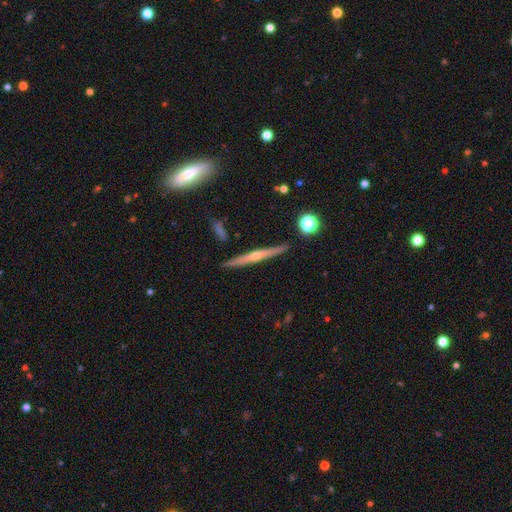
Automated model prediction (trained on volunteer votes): A featured or disk galaxy (74%) viewed edge-on (97%) with a rounded central bulge (83%).

Vote fractions:
- Smooth or featured? featured or disk: 74% / smooth: 19% / star or artifact: 7%
- Edge-on disk? yes: 97% / no: 3%
- Edge-on bulge? rounded: 83% / none: 13% / boxy: 4%
- Merging? none: 90% / minor disturbance: 7% / merger: 2% / major disturbance: 1%